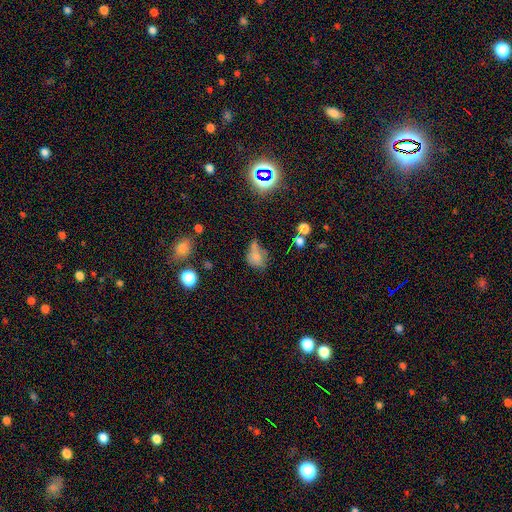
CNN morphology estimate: Q: Smooth or featured?
A: smooth (65%); runner-up: star or artifact (19%)
Q: How rounded?
A: in between (61%); runner-up: round (36%)
Q: Merging?
A: none (35%); runner-up: minor disturbance (28%)